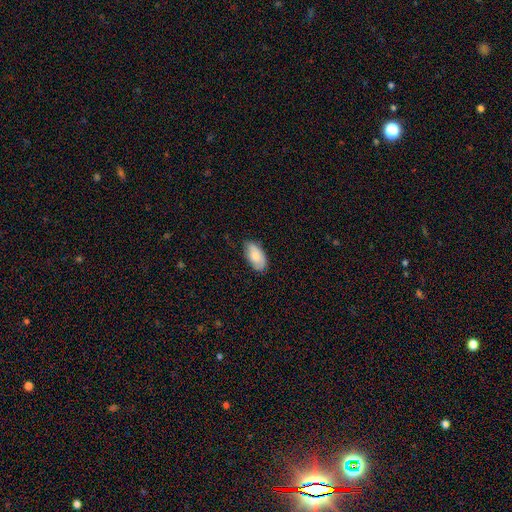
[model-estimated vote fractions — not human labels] A smooth galaxy with no disk features (76%) that is in between round and cigar-shaped (95%). Merging: none (72%).